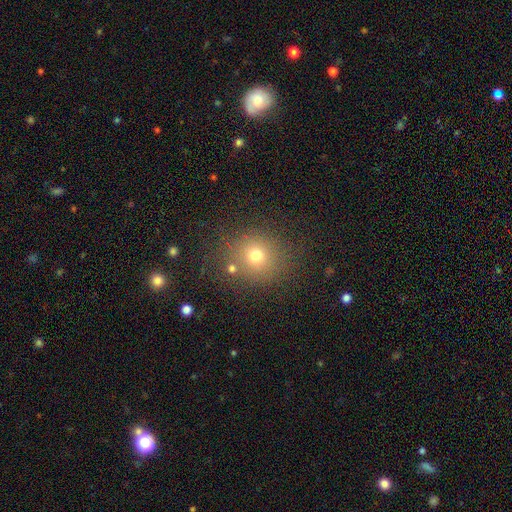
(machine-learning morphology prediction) A smooth galaxy with no disk features (70%) that is round (84%). Merging: none (76%).